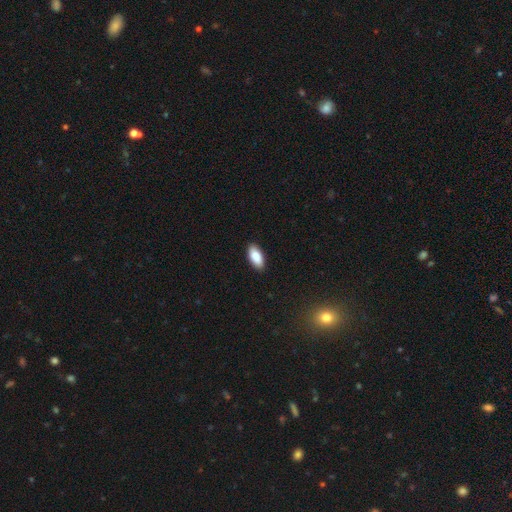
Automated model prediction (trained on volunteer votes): Q: Smooth or featured?
A: smooth (87%); runner-up: featured or disk (7%)
Q: How rounded?
A: in between (91%); runner-up: cigar-shaped (7%)
Q: Merging?
A: none (90%); runner-up: minor disturbance (7%)